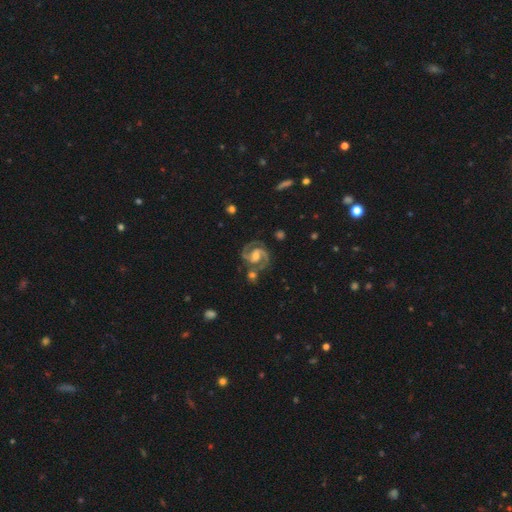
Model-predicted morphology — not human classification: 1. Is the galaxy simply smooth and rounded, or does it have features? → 92% featured or disk, 4% star or artifact, 4% smooth.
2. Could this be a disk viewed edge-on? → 98% no, 2% yes.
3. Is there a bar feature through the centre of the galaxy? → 45% weak, 33% no, 22% strong.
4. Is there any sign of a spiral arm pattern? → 98% yes, 2% no.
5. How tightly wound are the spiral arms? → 57% medium, 35% tight, 7% loose.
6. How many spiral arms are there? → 90% 2, 5% 3, 2% can't tell, 1% 1, 1% 4, 1% more than 4.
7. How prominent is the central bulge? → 60% moderate, 25% small, 9% large, 5% none, 1% dominant.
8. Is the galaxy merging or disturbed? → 71% none, 14% minor disturbance, 10% merger, 5% major disturbance.